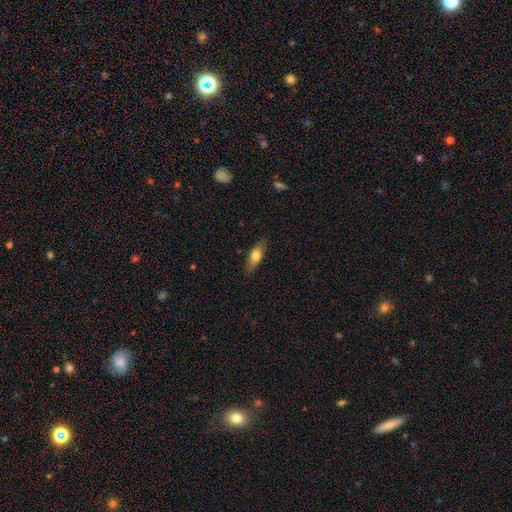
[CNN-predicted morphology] Overall: smooth (67%). How rounded: in between (59%; cigar-shaped 37%). Merging: none (85%).